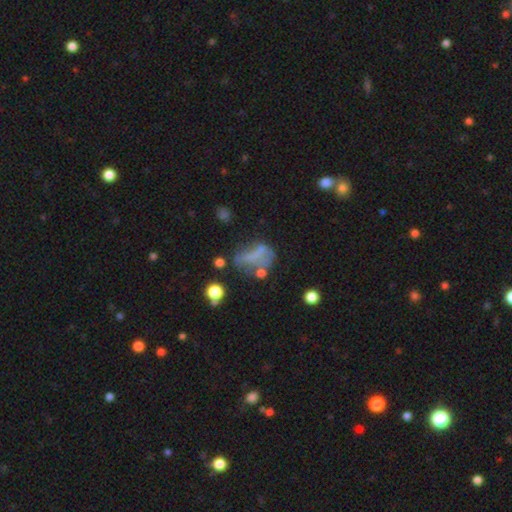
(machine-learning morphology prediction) Smooth or featured? smooth (43%)
Merging? none (34%)